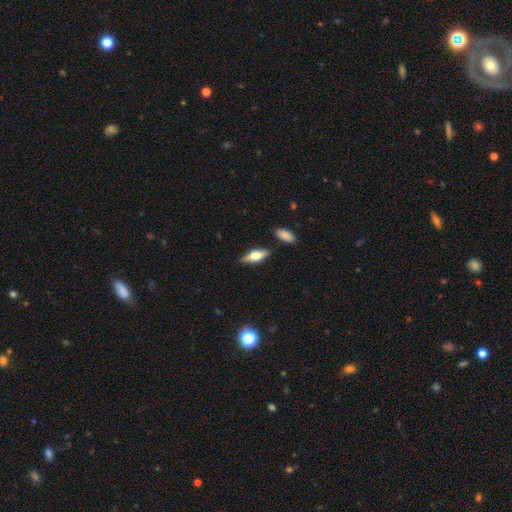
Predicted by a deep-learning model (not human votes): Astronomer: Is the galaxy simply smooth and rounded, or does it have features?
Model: smooth — 56% (runner-up: featured or disk, 38%).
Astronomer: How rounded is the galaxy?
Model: in between — 62%.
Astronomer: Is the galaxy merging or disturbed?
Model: none — 84%.